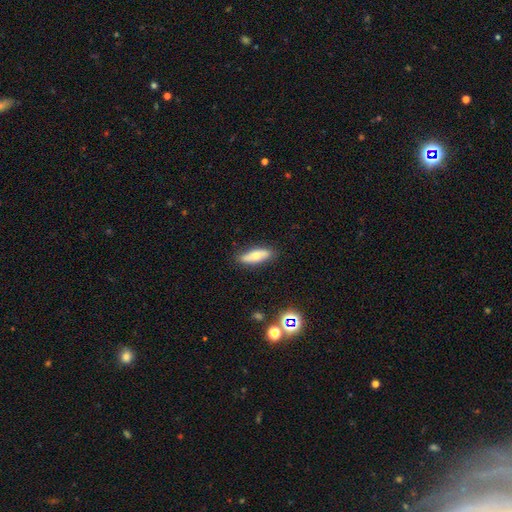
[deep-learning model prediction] The model was most divided on "how rounded": in between: 51%, cigar-shaped: 46%, round: 3%. More confident: merging — none (85%); smooth or featured — smooth (64%).